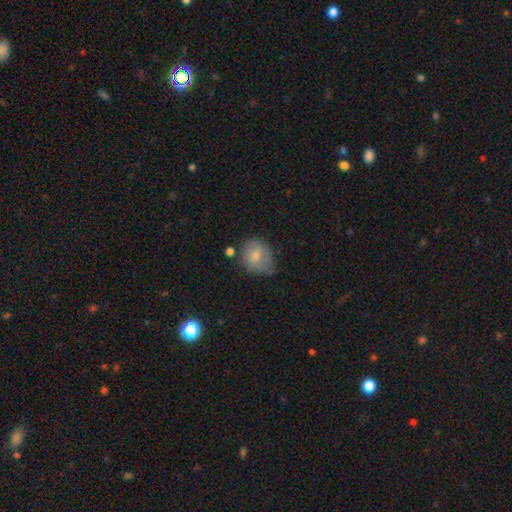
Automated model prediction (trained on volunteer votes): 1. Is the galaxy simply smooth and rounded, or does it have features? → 73% smooth, 19% featured or disk, 8% star or artifact.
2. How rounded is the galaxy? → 68% round, 31% in between, 1% cigar-shaped.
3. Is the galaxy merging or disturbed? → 46% none, 34% minor disturbance, 13% major disturbance, 6% merger.